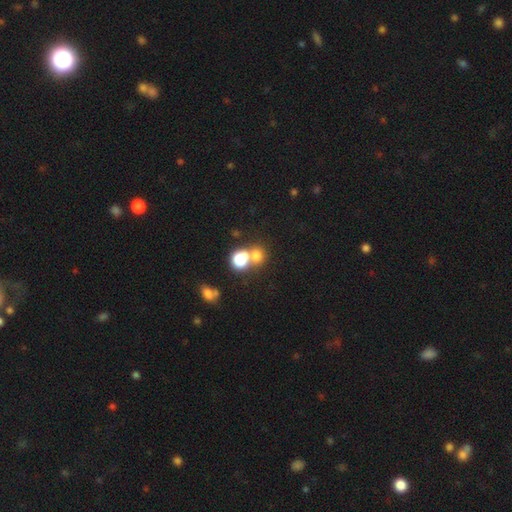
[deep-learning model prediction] Morphology: type=smooth (69%); roundness=round (77%); merging=merger (48%).